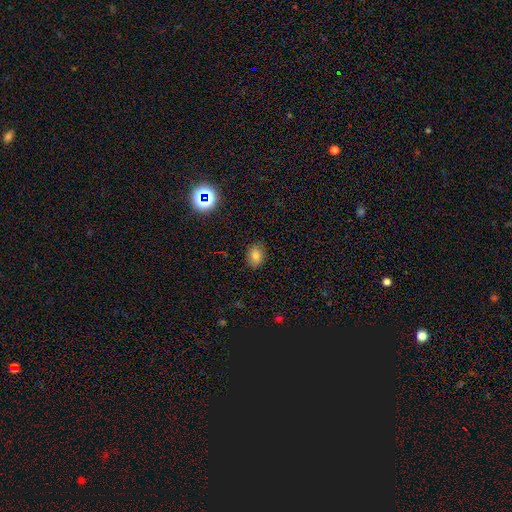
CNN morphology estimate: Smooth or featured? Predicted: smooth (p=0.78). How rounded? Predicted: in between (p=0.60). Merging? Predicted: none (p=0.87).